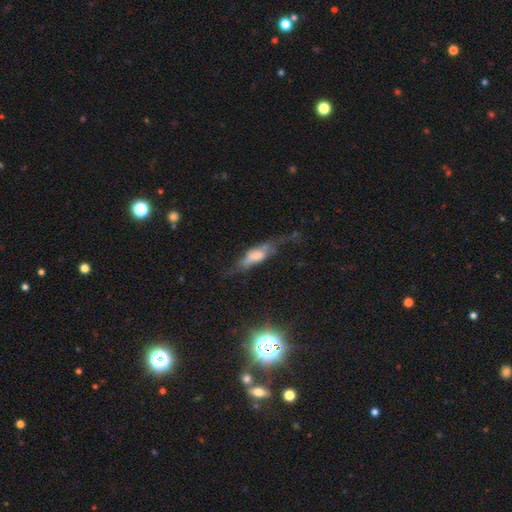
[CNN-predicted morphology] smooth 49%, featured or disk 42%, star or artifact 9%. Down the decision tree: merging — none (36%).